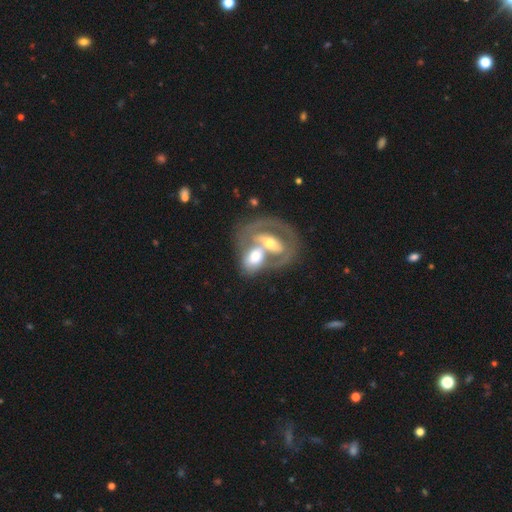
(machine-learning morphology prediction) Smooth or featured? Predicted: featured or disk (p=0.68). Edge-on disk? Predicted: no (p=0.94). Bar? Predicted: no (p=0.52). Spiral arms? Predicted: no (p=0.59). Bulge size? Predicted: moderate (p=0.63). Merging? Predicted: merger (p=0.71).